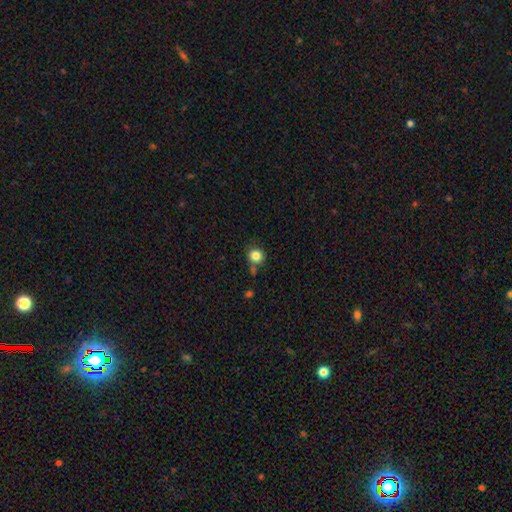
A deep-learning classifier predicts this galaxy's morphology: A smooth galaxy with no disk features (84%) that is round (90%). Merging: none (73%).